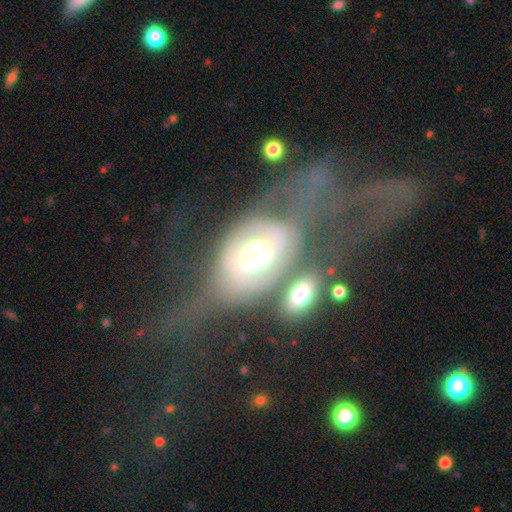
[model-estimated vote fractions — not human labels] Overall: featured or disk (67%). Edge-on disk: no (85%). Bar: no (76%). Spiral arms: no (60%; yes 40%). Bulge size: moderate (51%; large 35%). Merging: major disturbance (51%; merger 24%).